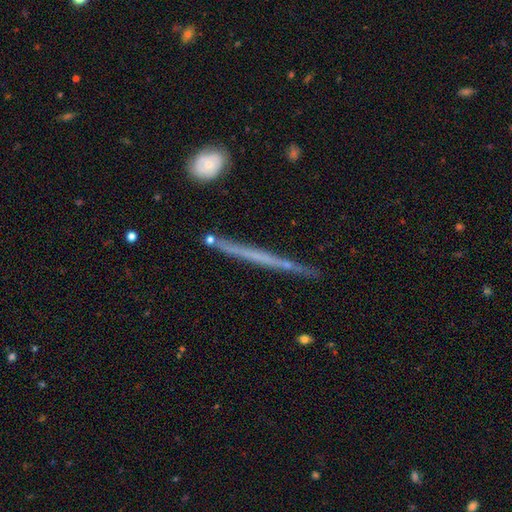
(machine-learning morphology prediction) Smooth or featured? featured or disk (57%)
Edge-on disk? yes (97%)
Edge-on bulge? none (91%)
Merging? none (87%)